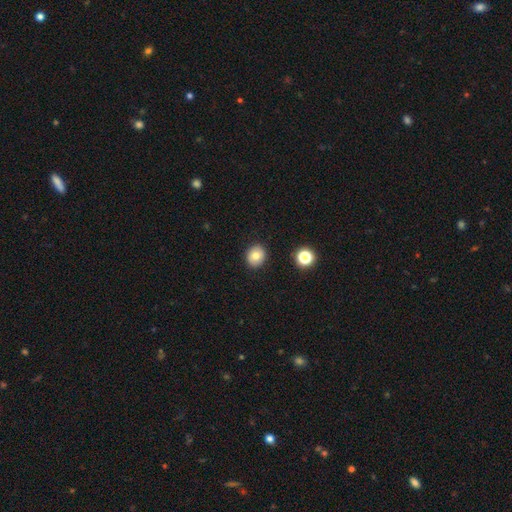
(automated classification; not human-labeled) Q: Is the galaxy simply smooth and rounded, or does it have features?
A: smooth — 78%.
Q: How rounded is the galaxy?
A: round — 77%.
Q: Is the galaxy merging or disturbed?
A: none — 90%.